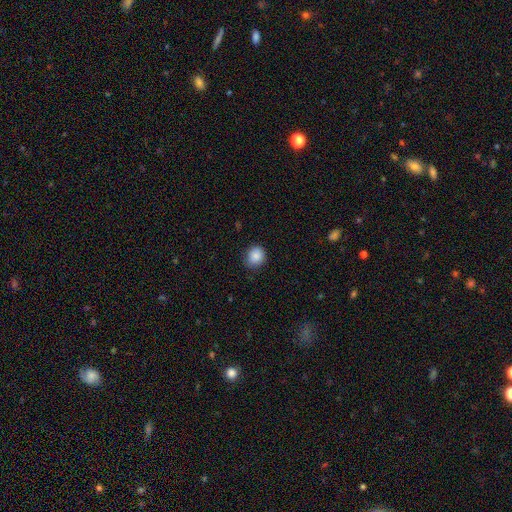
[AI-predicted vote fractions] Smooth or featured? smooth (87%)
How rounded? round (80%)
Merging? none (81%)